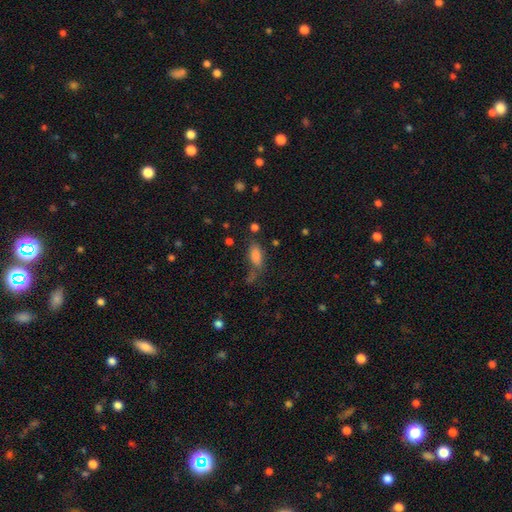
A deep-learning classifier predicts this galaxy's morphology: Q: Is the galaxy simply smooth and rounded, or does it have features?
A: smooth — 79%.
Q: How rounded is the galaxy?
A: in between — 81%.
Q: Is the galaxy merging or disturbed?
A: none — 57%.